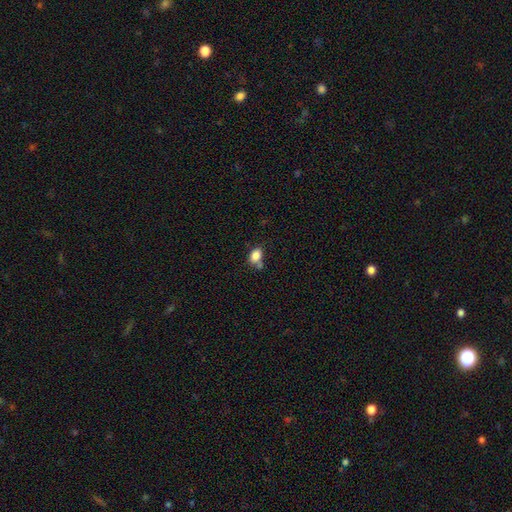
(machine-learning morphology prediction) Smooth or featured: smooth — 83% (star or artifact — 10%)
How rounded: in between — 74% (round — 24%)
Merging: none — 53% (minor disturbance — 21%)